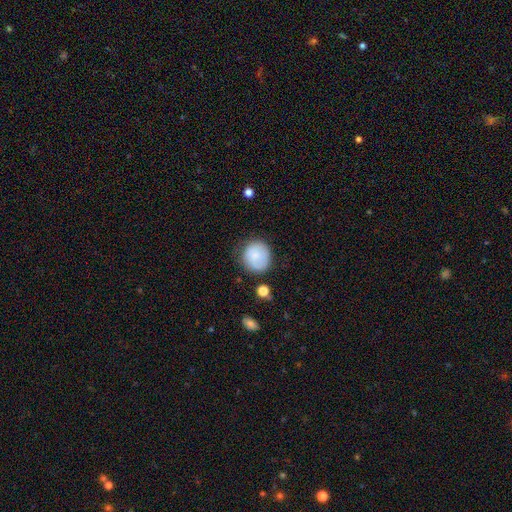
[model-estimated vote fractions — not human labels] The model was most divided on "merging": none: 72%, minor disturbance: 19%, major disturbance: 6%, merger: 3%. More confident: how rounded — round (87%); smooth or featured — smooth (81%).